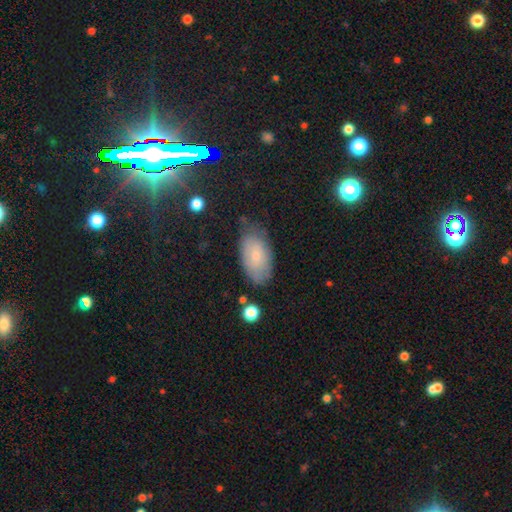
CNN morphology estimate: Overall: smooth (64%; featured or disk 27%). How rounded: in between (93%). Merging: none (67%).